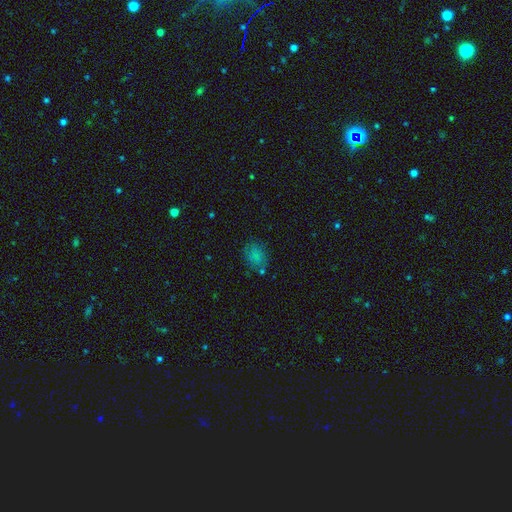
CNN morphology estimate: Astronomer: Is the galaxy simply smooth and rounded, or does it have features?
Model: smooth — 78%.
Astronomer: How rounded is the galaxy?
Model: in between — 56% (runner-up: round, 43%).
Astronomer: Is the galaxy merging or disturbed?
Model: none — 69%.